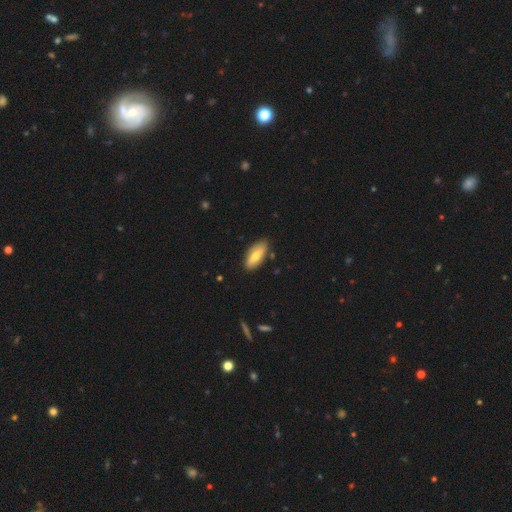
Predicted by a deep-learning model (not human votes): Overall: smooth (68%). How rounded: in between (80%). Merging: none (83%).